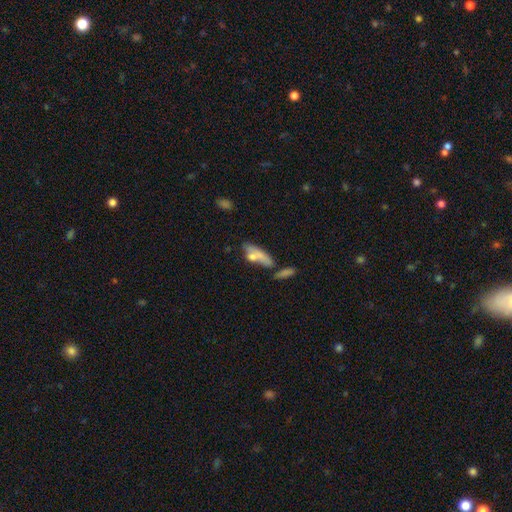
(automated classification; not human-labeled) A smooth galaxy with no disk features (66%) that is in between round and cigar-shaped (56%).

Vote fractions:
- Smooth or featured? smooth: 66% / featured or disk: 25% / star or artifact: 8%
- How rounded? in between: 56% / cigar-shaped: 39% / round: 4%
- Merging? none: 34% / merger: 32% / minor disturbance: 20% / major disturbance: 14%